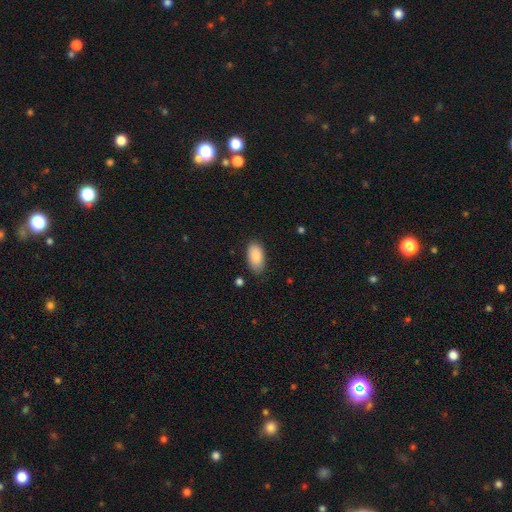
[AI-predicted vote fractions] Morphology: type=smooth (88%); roundness=in between (94%); merging=none (80%).